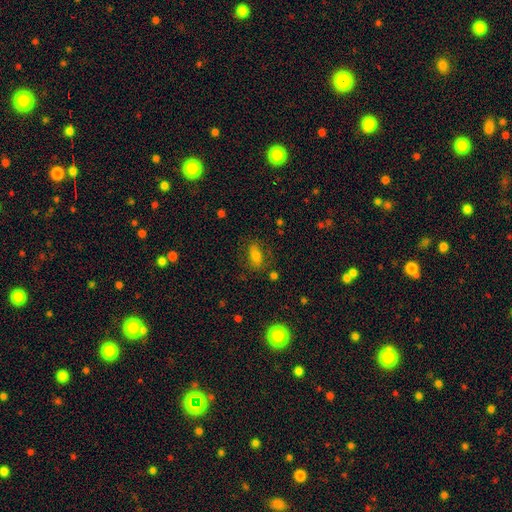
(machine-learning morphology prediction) Overall: smooth (71%). How rounded: in between (83%). Merging: none (73%).